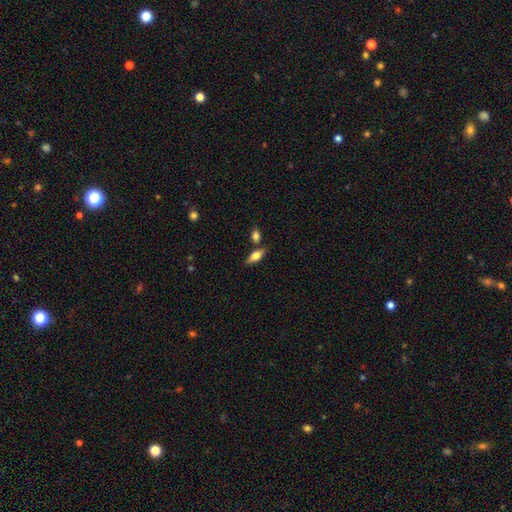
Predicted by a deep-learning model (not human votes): Smooth or featured?
  - smooth: 59% *
  - featured or disk: 34%
  - star or artifact: 7%
How rounded?
  - in between: 68% *
  - cigar-shaped: 28%
  - round: 4%
Merging?
  - none: 72% *
  - merger: 14%
  - minor disturbance: 12%
  - major disturbance: 3%